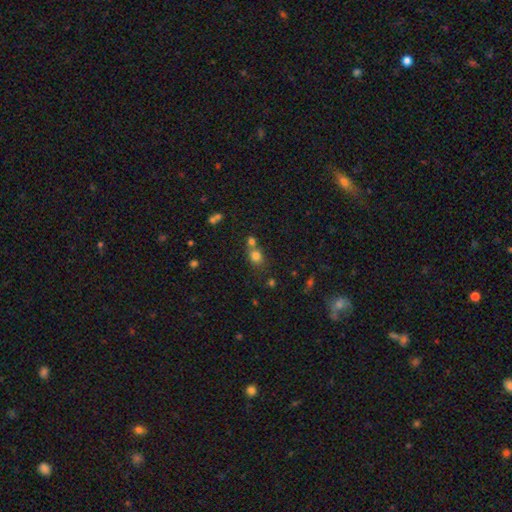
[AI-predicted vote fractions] Overall: smooth (76%). How rounded: round (63%; in between 36%). Merging: none (45%; merger 41%).